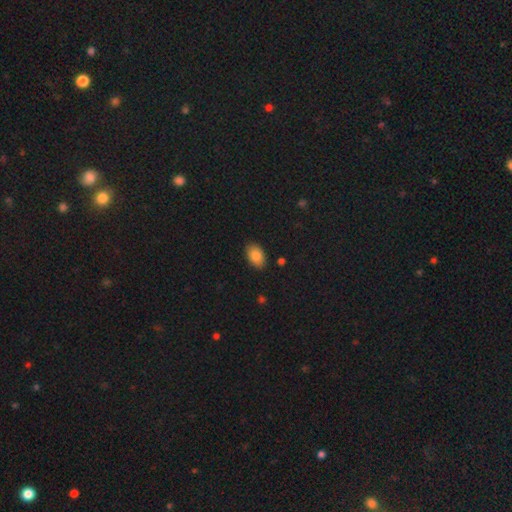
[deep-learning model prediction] A smooth galaxy with no disk features (86%) that is in between round and cigar-shaped (87%). Merging: none (87%).